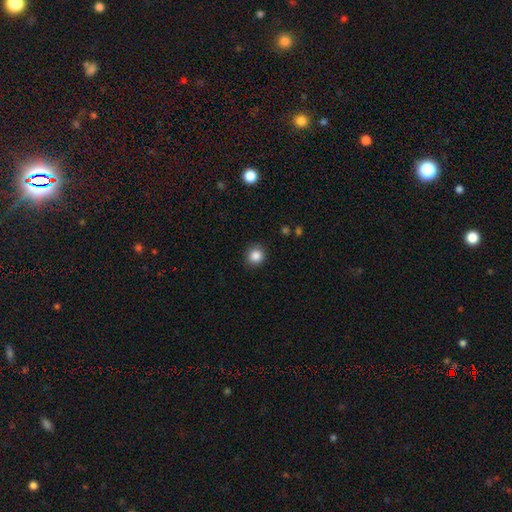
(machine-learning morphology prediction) type=smooth (87%); roundness=round (90%); merging=none (90%).